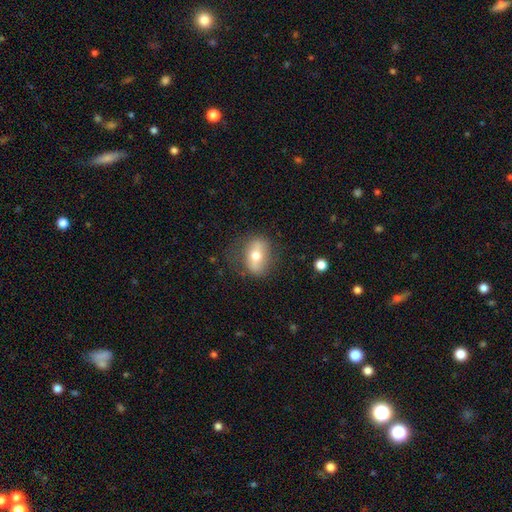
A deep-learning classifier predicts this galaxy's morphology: This is possibly a smooth galaxy (54%). How rounded: likely in between (74%). Merging: likely none (74%).